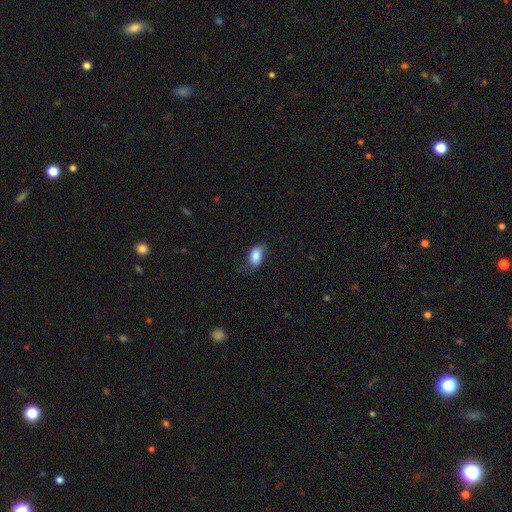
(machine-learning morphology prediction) A smooth galaxy with no disk features (81%) that is in between round and cigar-shaped (90%).

Vote fractions:
- Smooth or featured? smooth: 81% / featured or disk: 11% / star or artifact: 8%
- How rounded? in between: 90% / round: 8% / cigar-shaped: 2%
- Merging? none: 60% / minor disturbance: 29% / major disturbance: 9% / merger: 1%